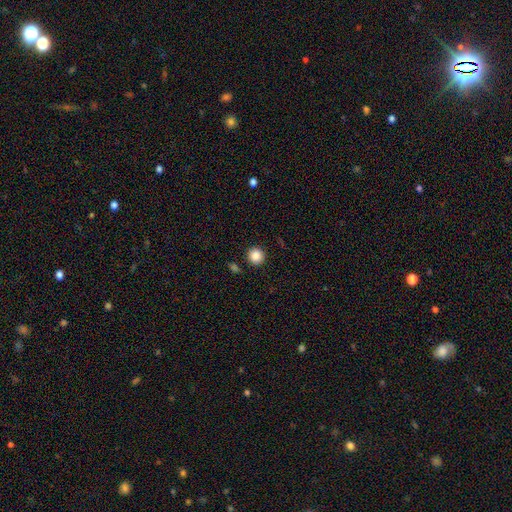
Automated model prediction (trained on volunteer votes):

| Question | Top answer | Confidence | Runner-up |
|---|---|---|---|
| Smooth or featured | smooth | 87% | star or artifact (10%) |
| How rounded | round | 94% | in between (5%) |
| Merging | none | 90% | minor disturbance (5%) |